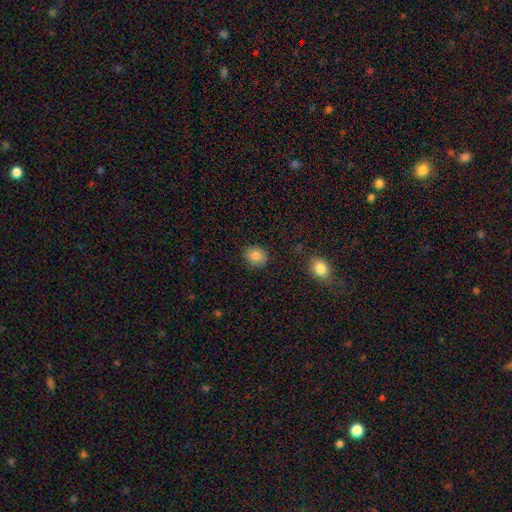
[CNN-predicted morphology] Smooth or featured: smooth — 84% (star or artifact — 10%)
How rounded: round — 75% (in between — 24%)
Merging: none — 86% (minor disturbance — 10%)